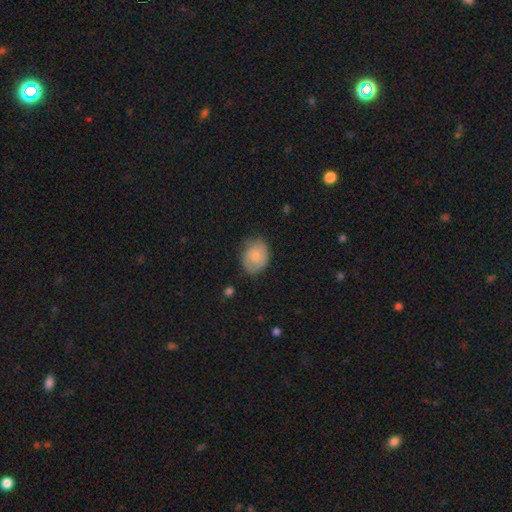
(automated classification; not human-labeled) smooth 71%, featured or disk 22%, star or artifact 7%. Down the decision tree: how rounded — in between (54%); merging — none (64%).